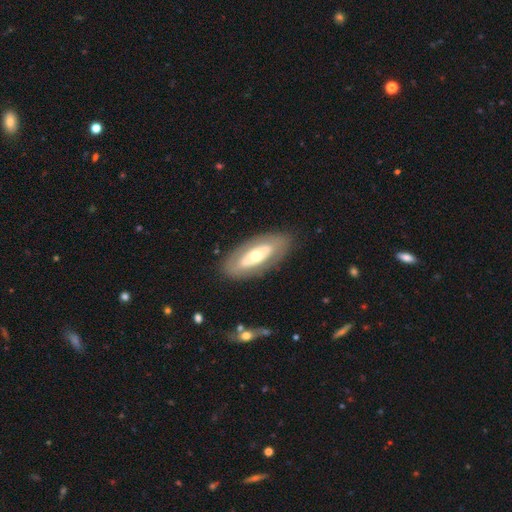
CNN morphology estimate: A featured or disk galaxy (57%). Merging: none (83%).